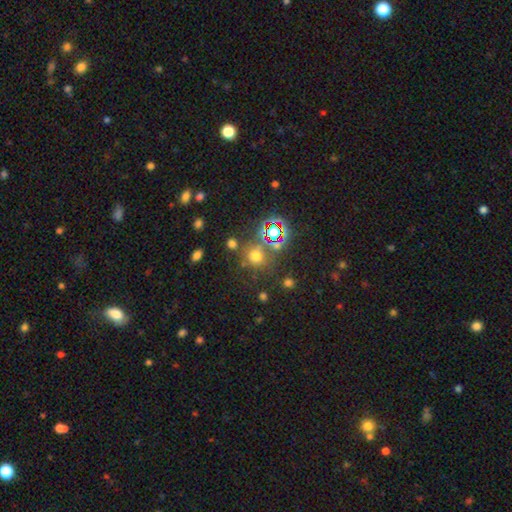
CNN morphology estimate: smooth-or-featured: smooth: 57% | star or artifact: 34% | featured or disk: 9%
  how-rounded: round: 84% | in between: 15% | cigar-shaped: 1%
  merging: none: 69% | merger: 13% | minor disturbance: 12% | major disturbance: 6%